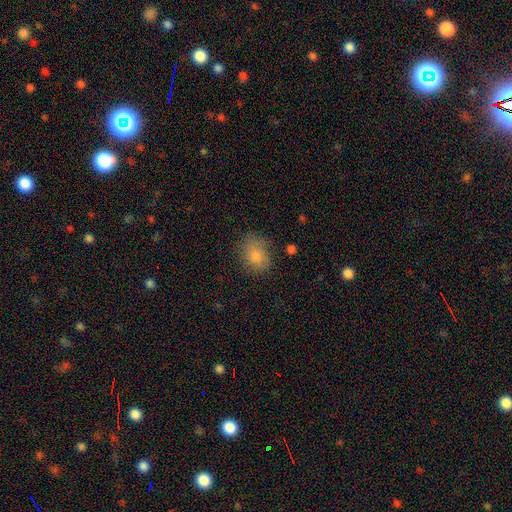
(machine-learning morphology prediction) type=smooth (78%); roundness=round (52%); merging=none (73%).